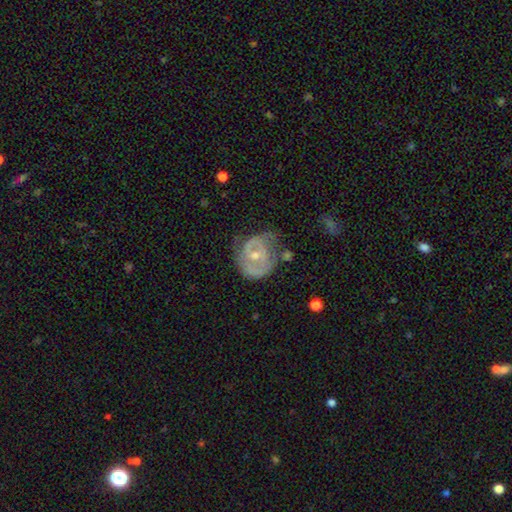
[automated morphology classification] smooth-or-featured: featured or disk: 65% | smooth: 28% | star or artifact: 7%
  disk-edge-on: no: 97% | yes: 3%
    bar: no: 55% | weak: 33% | strong: 12%
    has-spiral-arms: yes: 55% | no: 45%
    bulge-size: moderate: 57% | small: 40% | large: 2% | none: 1% | dominant: 1%
  merging: none: 42% | minor disturbance: 32% | major disturbance: 22% | merger: 4%